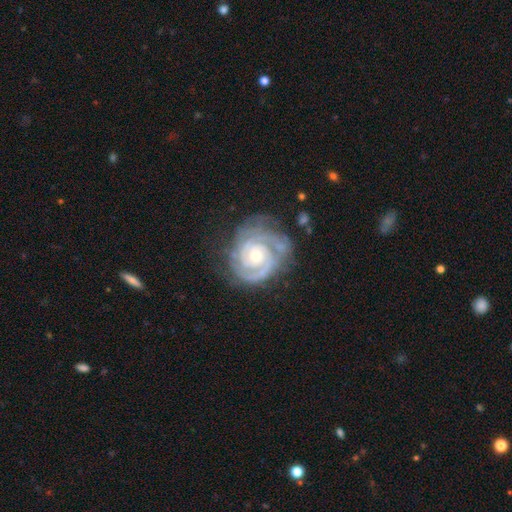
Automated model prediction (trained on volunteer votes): smooth-or-featured: featured or disk: 90% | smooth: 5% | star or artifact: 5%
  disk-edge-on: no: 98% | yes: 2%
    bar: no: 73% | weak: 21% | strong: 6%
    has-spiral-arms: yes: 98% | no: 2%
      spiral-winding: tight: 78% | medium: 19% | loose: 3%
      spiral-arm-count: 2: 46% | 3: 24% | can't tell: 16% | 4: 6% | 1: 5% | more than 4: 4%
    bulge-size: small: 50% | moderate: 46% | large: 3% | none: 1% | dominant: 1%
  merging: none: 68% | minor disturbance: 20% | major disturbance: 9% | merger: 2%